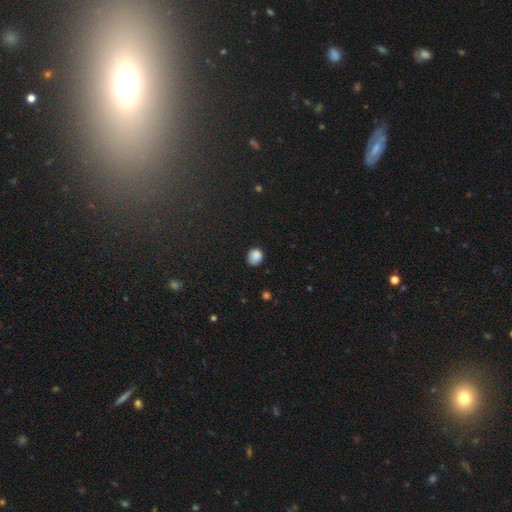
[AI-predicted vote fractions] smooth 86%, star or artifact 10%, featured or disk 4%. Down the decision tree: how rounded — round (75%); merging — none (81%).